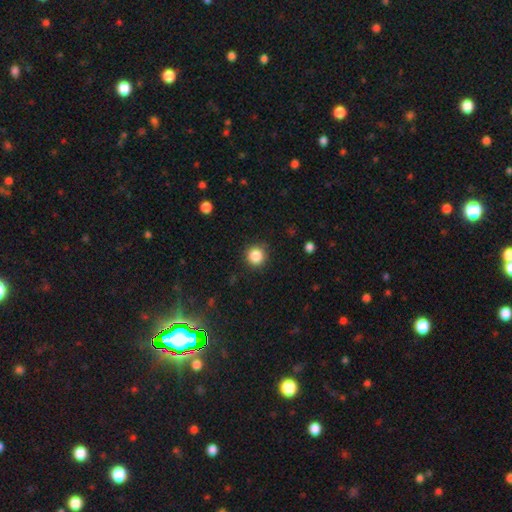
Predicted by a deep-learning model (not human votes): Smooth or featured? Predicted: smooth (p=0.86). How rounded? Predicted: round (p=0.94). Merging? Predicted: none (p=0.86).